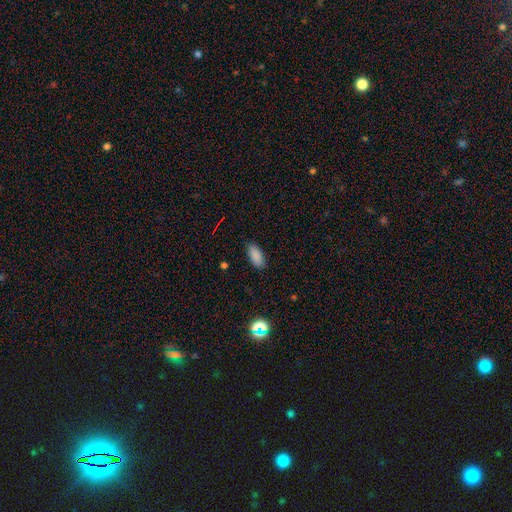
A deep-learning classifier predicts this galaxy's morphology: smooth_or_featured: smooth (p=0.87) [alt: star or artifact p=0.09]
how_rounded: in between (p=0.89) [alt: cigar-shaped p=0.09]
merging: none (p=0.87) [alt: minor disturbance p=0.10]